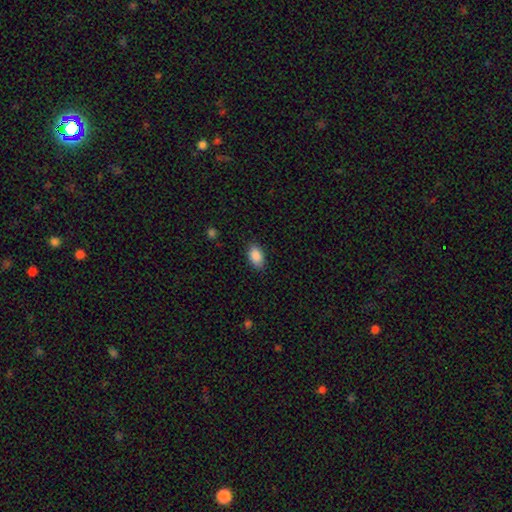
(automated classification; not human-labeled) This is clearly a smooth galaxy (89%). How rounded: clearly in between (91%). Merging: clearly none (85%).